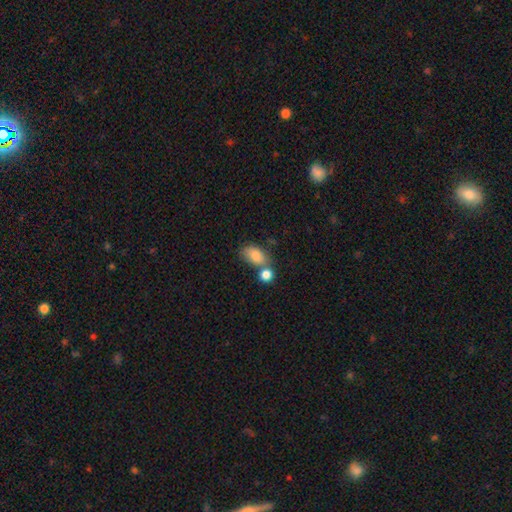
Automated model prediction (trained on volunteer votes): Smooth or featured?
  - smooth: 81% *
  - featured or disk: 10%
  - star or artifact: 9%
How rounded?
  - in between: 85% *
  - round: 13%
  - cigar-shaped: 2%
Merging?
  - none: 46% *
  - merger: 33%
  - minor disturbance: 15%
  - major disturbance: 6%